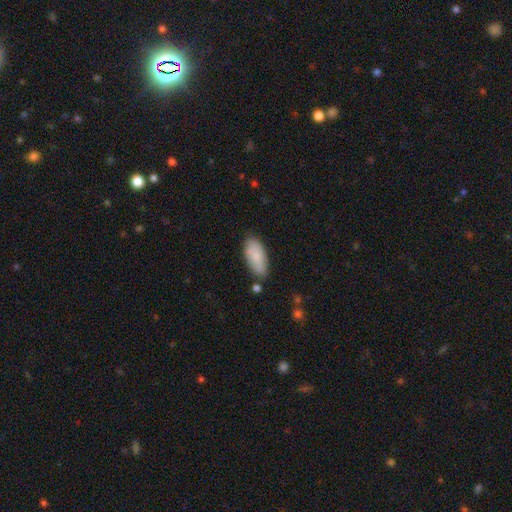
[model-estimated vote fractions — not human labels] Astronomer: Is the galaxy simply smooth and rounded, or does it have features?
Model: smooth — 85%.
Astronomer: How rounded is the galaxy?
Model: in between — 87%.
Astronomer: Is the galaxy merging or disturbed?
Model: none — 77%.